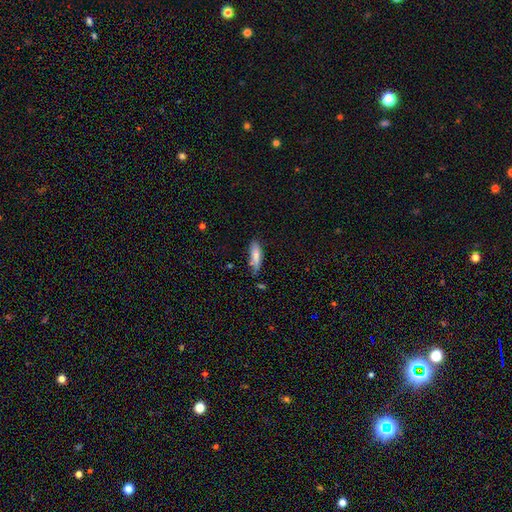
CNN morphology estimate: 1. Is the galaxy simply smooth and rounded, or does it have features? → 78% smooth, 15% featured or disk, 7% star or artifact.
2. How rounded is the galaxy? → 51% cigar-shaped, 47% in between, 2% round.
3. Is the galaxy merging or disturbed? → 67% none, 23% minor disturbance, 6% merger, 4% major disturbance.